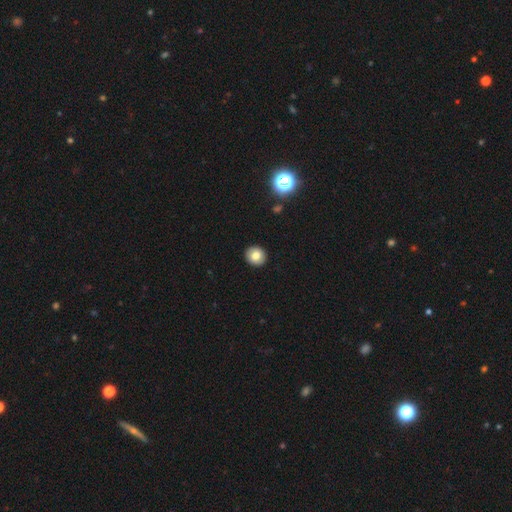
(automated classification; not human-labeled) A smooth galaxy with no disk features (78%) that is round (88%).

Vote fractions:
- Smooth or featured? smooth: 78% / featured or disk: 12% / star or artifact: 9%
- How rounded? round: 88% / in between: 11% / cigar-shaped: 1%
- Merging? none: 92% / minor disturbance: 5% / major disturbance: 1% / merger: 1%